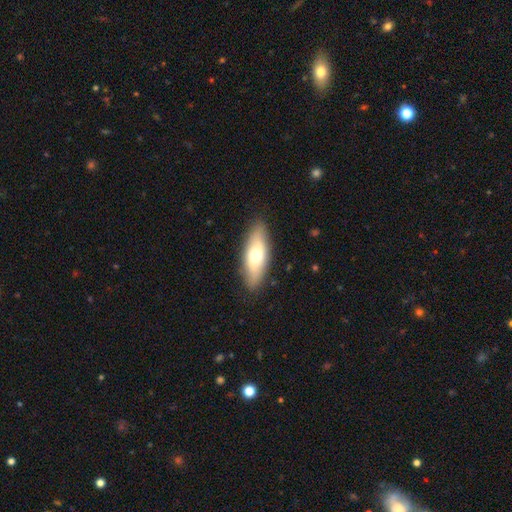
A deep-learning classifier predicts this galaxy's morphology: A smooth galaxy with no disk features (61%) that is in between round and cigar-shaped (67%). Merging: none (86%).